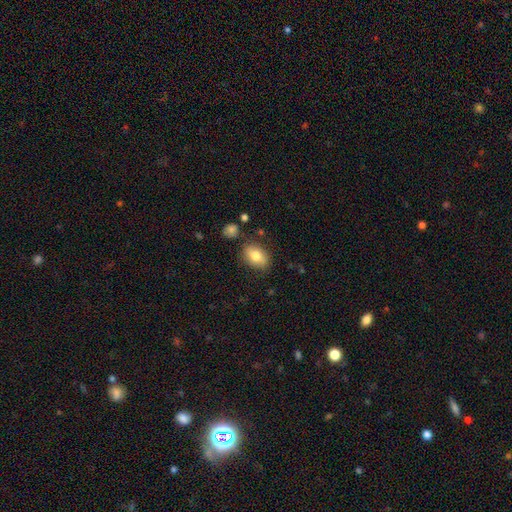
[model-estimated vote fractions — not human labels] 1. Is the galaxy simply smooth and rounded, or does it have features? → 78% smooth, 14% featured or disk, 8% star or artifact.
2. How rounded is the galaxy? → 84% in between, 14% round, 2% cigar-shaped.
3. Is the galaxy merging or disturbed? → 79% none, 14% minor disturbance, 3% major disturbance, 3% merger.